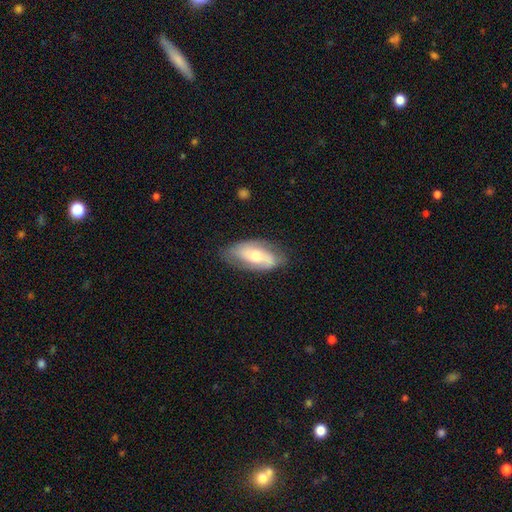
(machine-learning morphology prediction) The model was most divided on "smooth or featured": featured or disk: 56%, smooth: 37%, star or artifact: 6%. More confident: edge-on disk — no (89%); spiral arms — yes (78%); merging — none (69%); bulge size — moderate (64%); bar — no (56%).